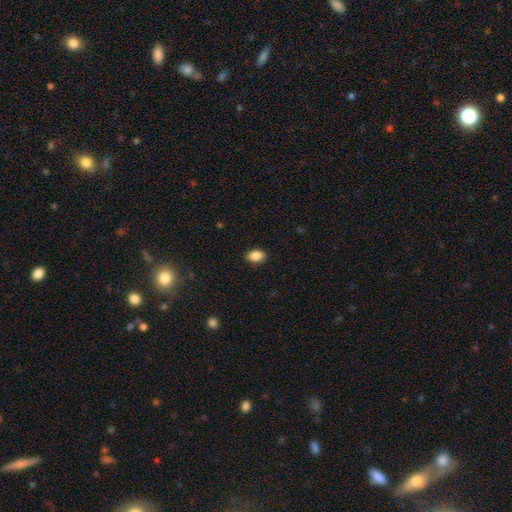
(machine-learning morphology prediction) Smooth or featured? smooth (88%)
How rounded? in between (84%)
Merging? none (87%)